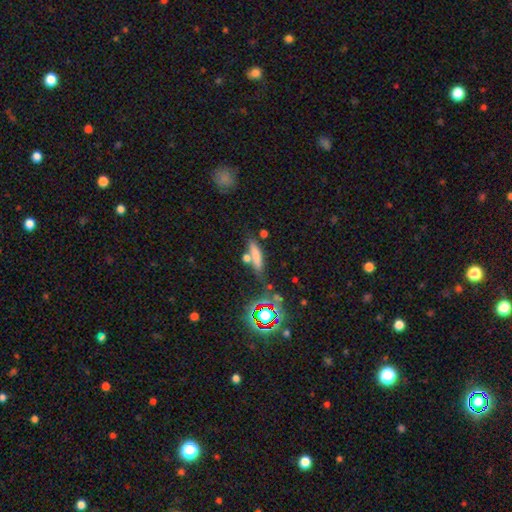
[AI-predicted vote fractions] This is likely a smooth galaxy (68%). How rounded: likely cigar-shaped (74%). Merging: likely none (61%).